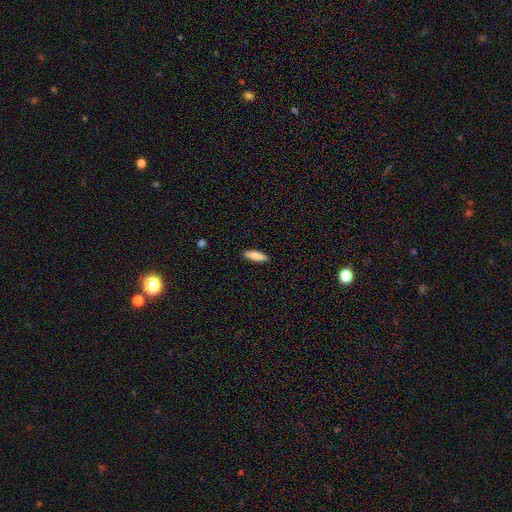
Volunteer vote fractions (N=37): smooth_or_featured: smooth (p=0.86) [alt: featured or disk p=0.08]
how_rounded: in between (p=0.50) [tied with: cigar-shaped p=0.50]
merging: none (p=0.91) [alt: minor disturbance p=0.06]